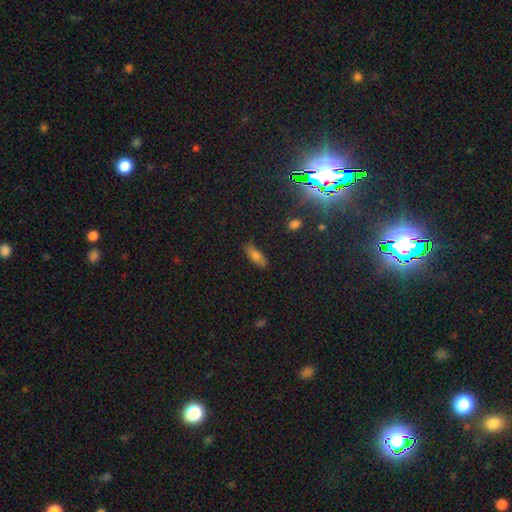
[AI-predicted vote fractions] A smooth galaxy with no disk features (70%) that is in between round and cigar-shaped (59%).

Vote fractions:
- Smooth or featured? smooth: 70% / featured or disk: 19% / star or artifact: 11%
- How rounded? in between: 59% / cigar-shaped: 38% / round: 3%
- Merging? none: 83% / minor disturbance: 13% / major disturbance: 3% / merger: 2%